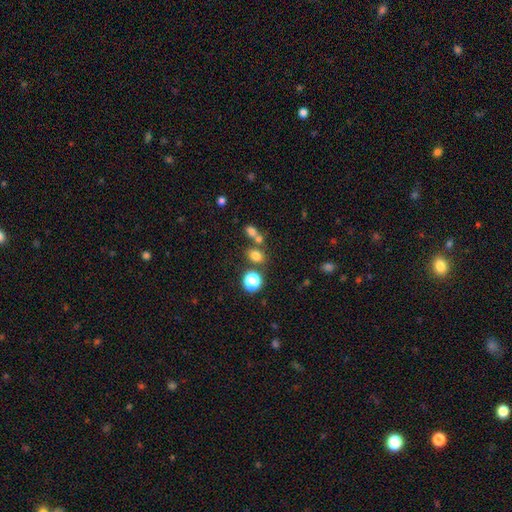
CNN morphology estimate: Smooth or featured: smooth — 72% (star or artifact — 19%)
How rounded: round — 49% (tied with in between — 49%)
Merging: none — 58% (merger — 27%)